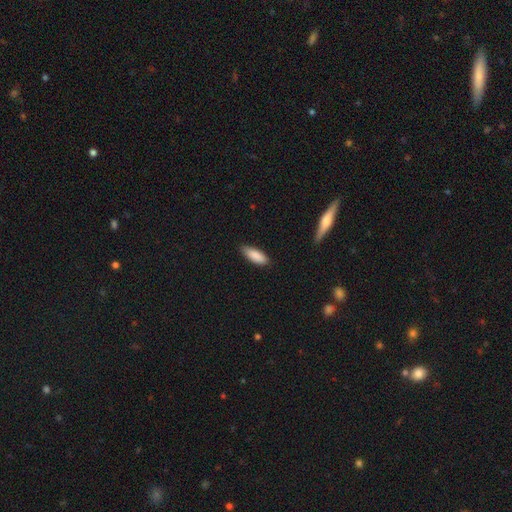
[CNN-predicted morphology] A smooth galaxy with no disk features (88%) that is in between round and cigar-shaped (67%). Merging: none (83%).